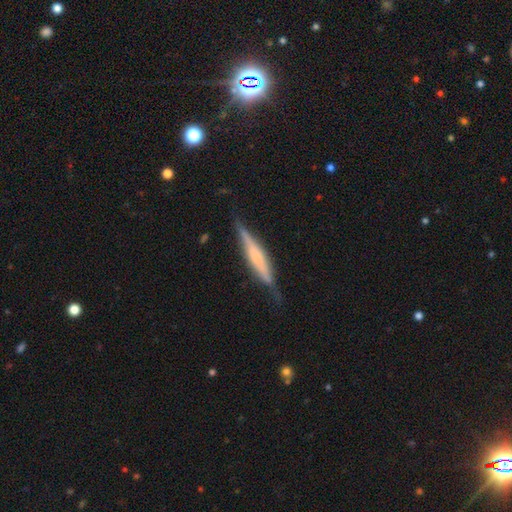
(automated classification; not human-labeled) A featured or disk galaxy (59%) viewed edge-on (95%) with a rounded central bulge (39%).

Vote fractions:
- Smooth or featured? featured or disk: 59% / smooth: 35% / star or artifact: 6%
- Edge-on disk? yes: 95% / no: 5%
- Edge-on bulge? rounded: 39% / boxy: 36% / none: 26%
- Merging? none: 75% / minor disturbance: 19% / major disturbance: 4% / merger: 2%